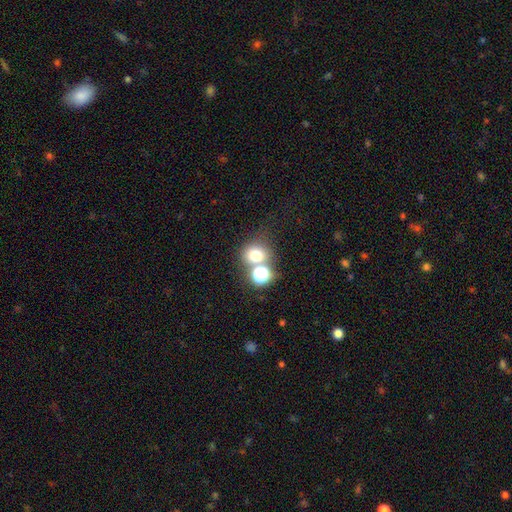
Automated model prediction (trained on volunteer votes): Q: Smooth or featured?
A: smooth (71%); runner-up: star or artifact (20%)
Q: How rounded?
A: round (77%); runner-up: in between (22%)
Q: Merging?
A: none (55%); runner-up: merger (31%)